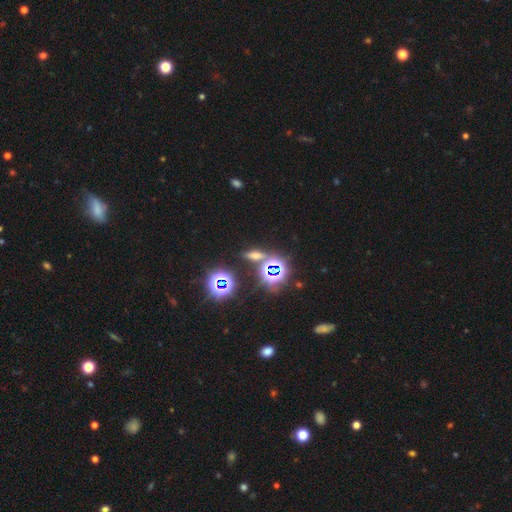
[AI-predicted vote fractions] This is possibly a star or artifact rather than a galaxy (48%).